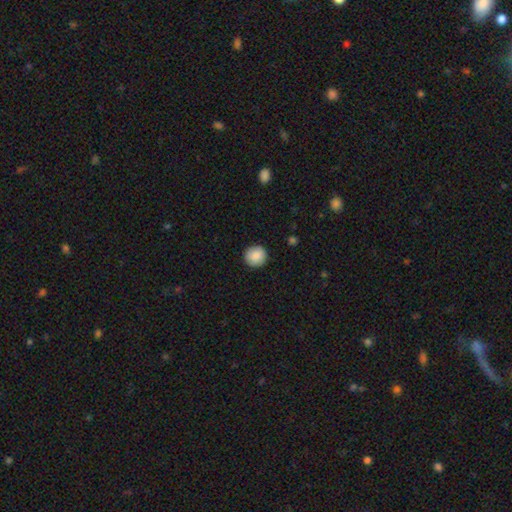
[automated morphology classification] smooth-or-featured: smooth: 87% | star or artifact: 8% | featured or disk: 5%
  how-rounded: round: 94% | in between: 5% | cigar-shaped: 1%
  merging: none: 92% | minor disturbance: 6% | major disturbance: 2% | merger: 1%